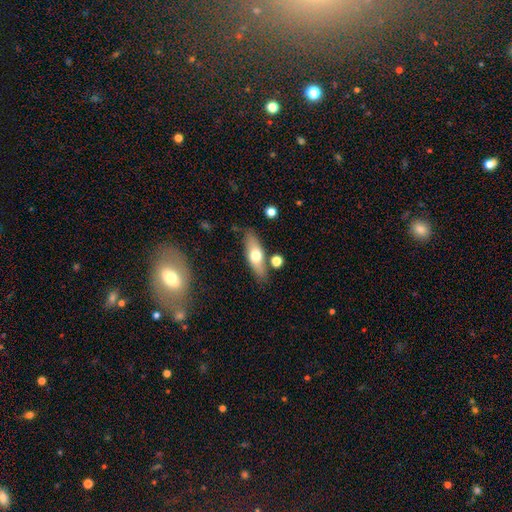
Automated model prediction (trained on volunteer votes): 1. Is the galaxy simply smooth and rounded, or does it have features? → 61% smooth, 33% featured or disk, 6% star or artifact.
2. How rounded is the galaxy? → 60% in between, 37% cigar-shaped, 3% round.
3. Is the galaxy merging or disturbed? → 80% none, 12% minor disturbance, 5% merger, 3% major disturbance.